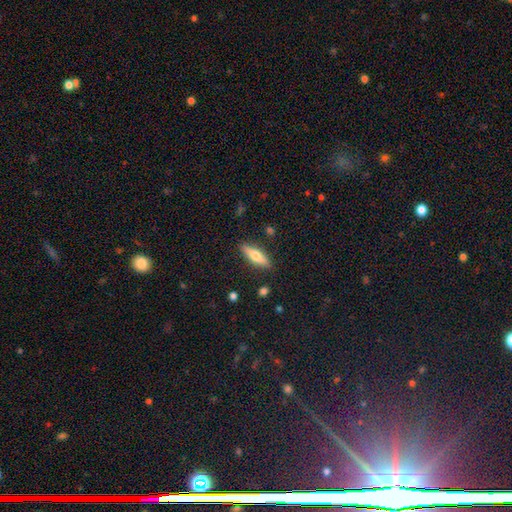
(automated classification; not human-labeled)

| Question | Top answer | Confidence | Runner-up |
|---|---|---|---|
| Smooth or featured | smooth | 58% | featured or disk (35%) |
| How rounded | cigar-shaped | 56% | in between (42%) |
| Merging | none | 87% | minor disturbance (9%) |